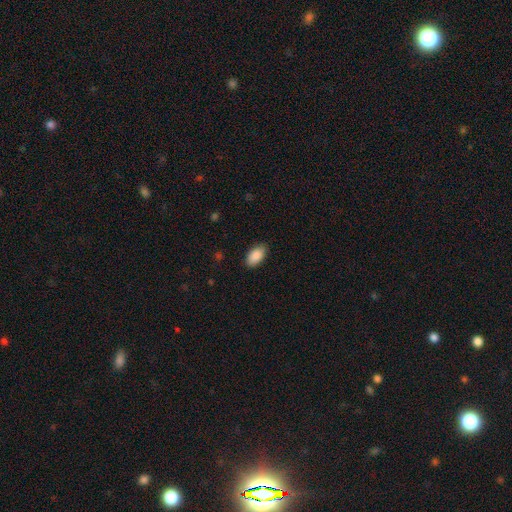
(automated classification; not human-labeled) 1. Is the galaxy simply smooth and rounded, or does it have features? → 90% smooth, 7% star or artifact, 4% featured or disk.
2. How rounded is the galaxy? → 94% in between, 3% round, 2% cigar-shaped.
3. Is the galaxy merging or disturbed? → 85% none, 11% minor disturbance, 3% major disturbance, 1% merger.